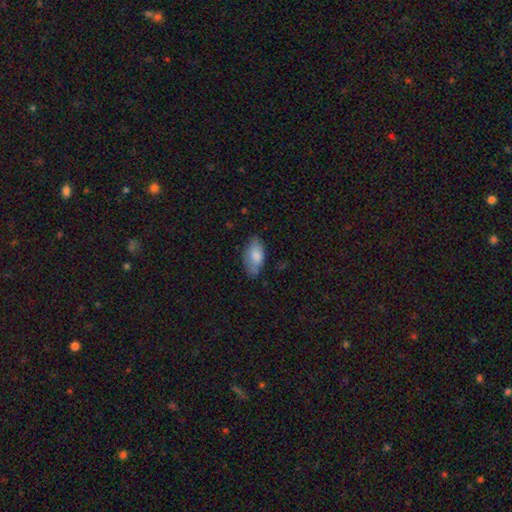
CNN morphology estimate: smooth 81%, featured or disk 13%, star or artifact 7%. Down the decision tree: how rounded — in between (92%); merging — none (67%).